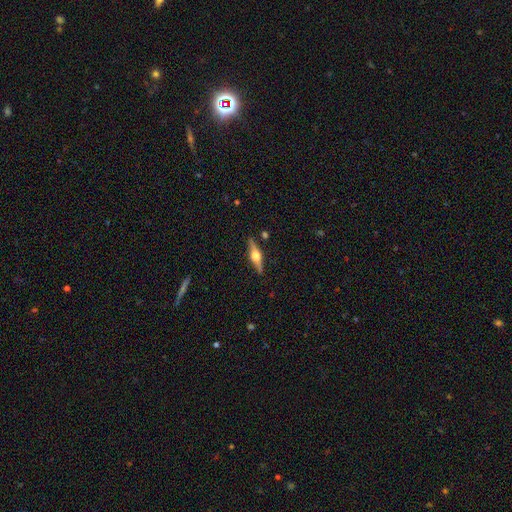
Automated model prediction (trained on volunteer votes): The model was most divided on "smooth or featured": featured or disk: 77%, smooth: 17%, star or artifact: 6%. More confident: edge-on disk — yes (98%); edge-on bulge — rounded (94%); merging — none (89%).